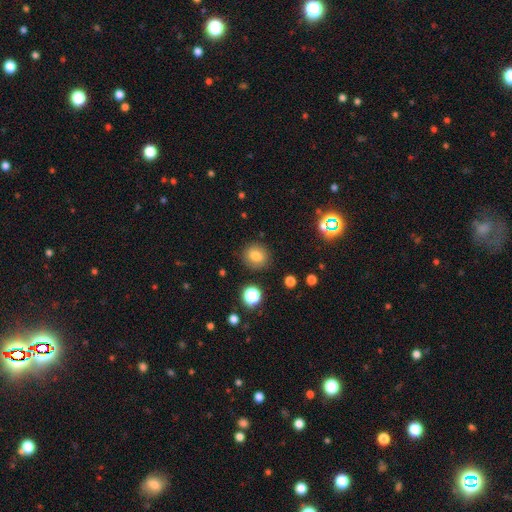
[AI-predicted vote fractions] The model was most divided on "how rounded": round: 76%, in between: 22%, cigar-shaped: 1%. More confident: merging — none (87%); smooth or featured — smooth (80%).